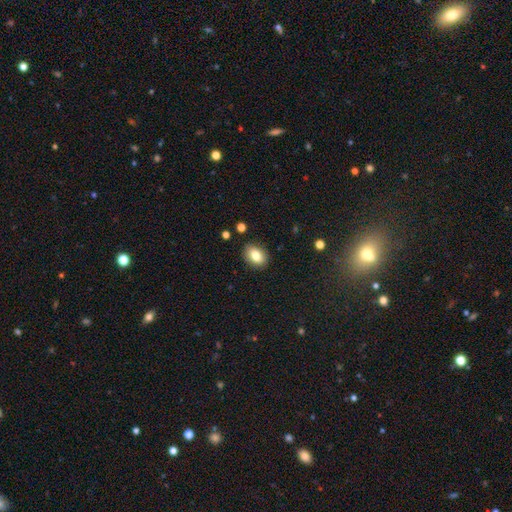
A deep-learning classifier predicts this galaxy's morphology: Q: Smooth or featured?
A: smooth (81%); runner-up: featured or disk (10%)
Q: How rounded?
A: in between (76%); runner-up: round (22%)
Q: Merging?
A: none (86%); runner-up: minor disturbance (10%)